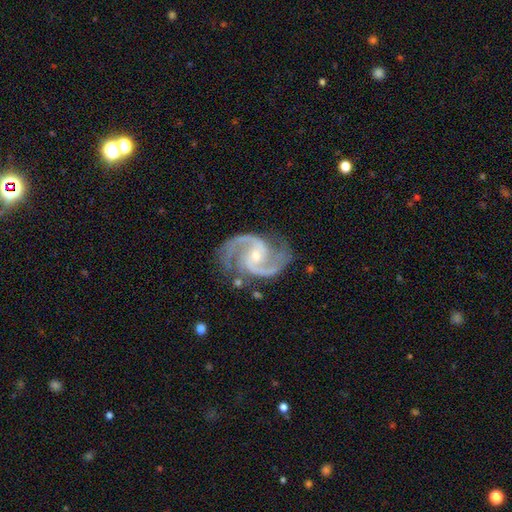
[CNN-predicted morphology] A featured or disk galaxy (94%) with no bar (49%), 2 (90%) medium (68%) spiral arms (99%) and a small central bulge (66%).

Vote fractions:
- Smooth or featured? featured or disk: 94% / star or artifact: 4% / smooth: 2%
- Edge-on disk? no: 98% / yes: 2%
- Bar? no: 49% / weak: 36% / strong: 15%
- Spiral arms? yes: 99% / no: 1%
- Spiral winding? medium: 68% / tight: 18% / loose: 15%
- Spiral arm count? 2: 90% / 3: 5% / can't tell: 2% / 4: 1% / 1: 1% / more than 4: 1%
- Bulge size? small: 66% / moderate: 31% / none: 1% / large: 1% / dominant: 1%
- Merging? none: 76% / minor disturbance: 16% / major disturbance: 6% / merger: 2%